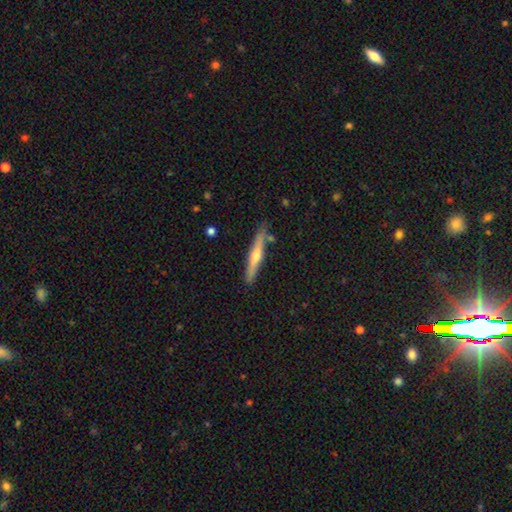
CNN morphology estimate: Smooth or featured? featured or disk (59%)
Edge-on disk? yes (96%)
Edge-on bulge? rounded (87%)
Merging? none (85%)